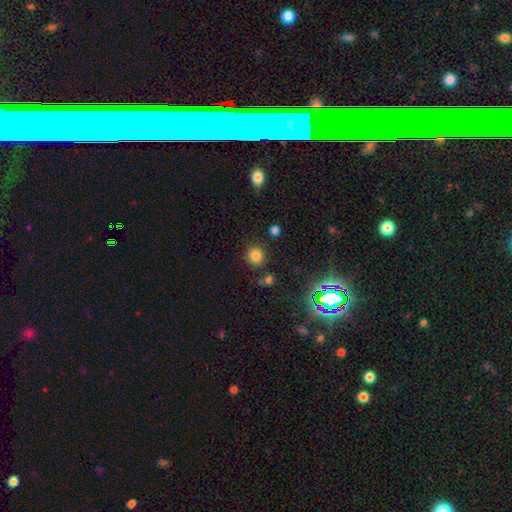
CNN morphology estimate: smooth 78%, star or artifact 17%, featured or disk 5%. Down the decision tree: how rounded — round (93%); merging — none (84%).